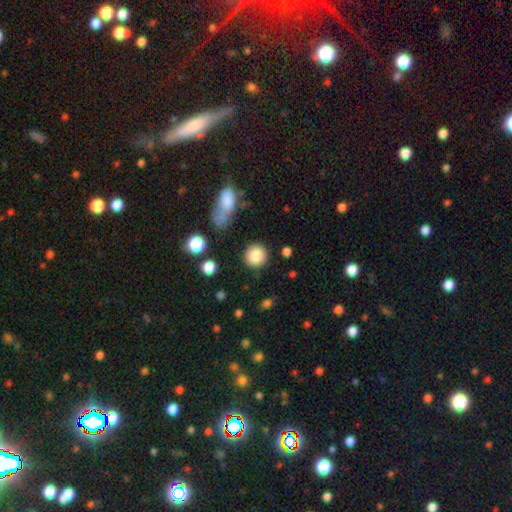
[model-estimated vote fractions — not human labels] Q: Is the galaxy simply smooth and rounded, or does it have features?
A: smooth — 85%.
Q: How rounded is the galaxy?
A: round — 92%.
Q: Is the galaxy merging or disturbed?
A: none — 88%.